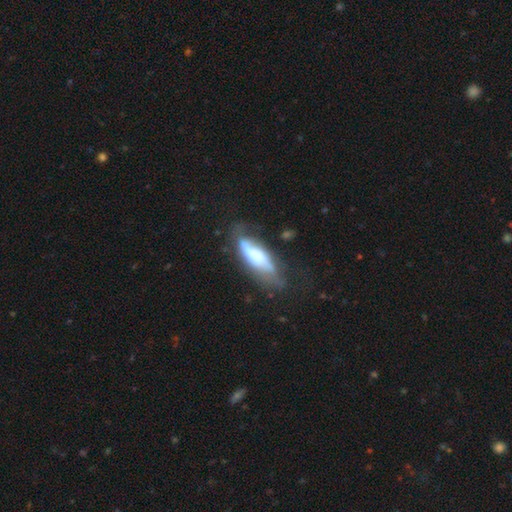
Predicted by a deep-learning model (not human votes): Smooth or featured: featured or disk — 52% (smooth — 40%)
Edge-on disk: no — 72% (yes — 28%)
Merging: none — 46% (minor disturbance — 30%)